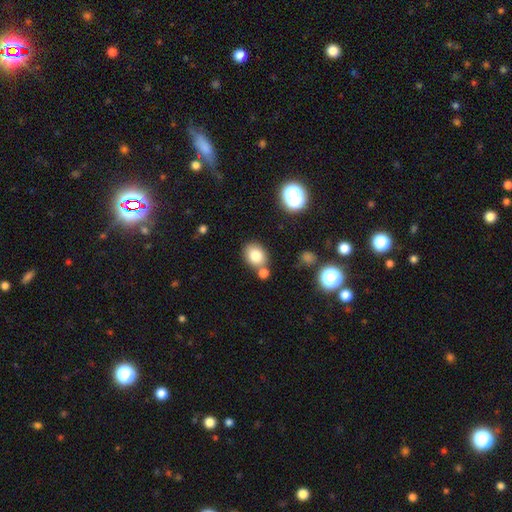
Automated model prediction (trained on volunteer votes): Smooth or featured: smooth — 80% (star or artifact — 11%)
How rounded: in between — 50% (round — 49%)
Merging: none — 67% (merger — 17%)